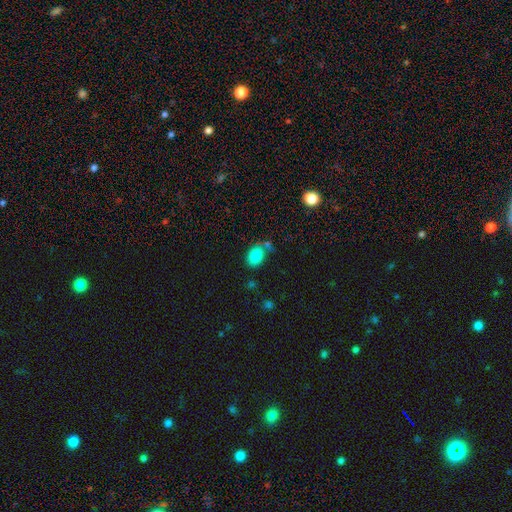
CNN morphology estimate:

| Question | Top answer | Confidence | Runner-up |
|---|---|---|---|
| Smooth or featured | smooth | 82% | featured or disk (9%) |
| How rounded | in between | 74% | round (25%) |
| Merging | none | 62% | minor disturbance (19%) |